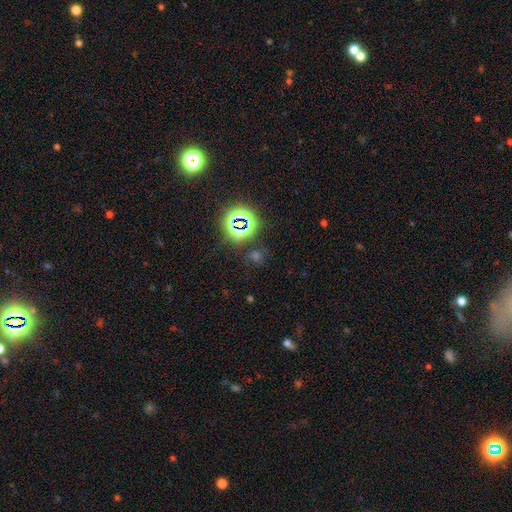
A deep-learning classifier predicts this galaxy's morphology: Smooth or featured? Predicted: star or artifact (p=0.64).